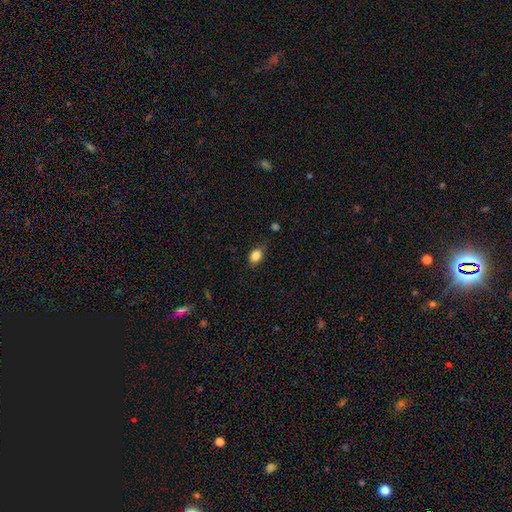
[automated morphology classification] Overall: smooth (86%). How rounded: in between (68%; round 30%). Merging: none (72%).